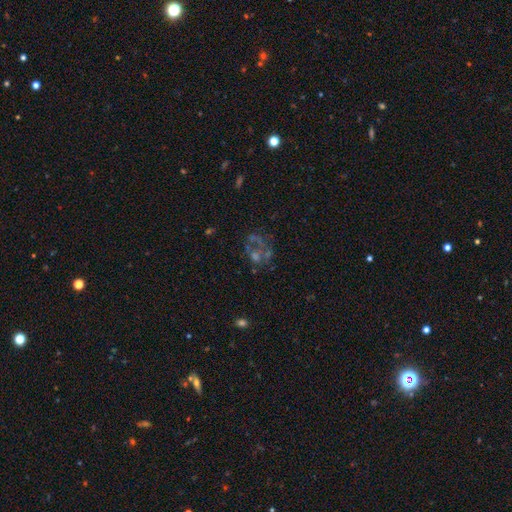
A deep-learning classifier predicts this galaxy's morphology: Smooth or featured? Predicted: featured or disk (p=0.53). Edge-on disk? Predicted: no (p=0.98). Bar? Predicted: no (p=0.91). Spiral arms? Predicted: no (p=0.83). Bulge size? Predicted: none (p=0.54). Merging? Predicted: none (p=0.41).